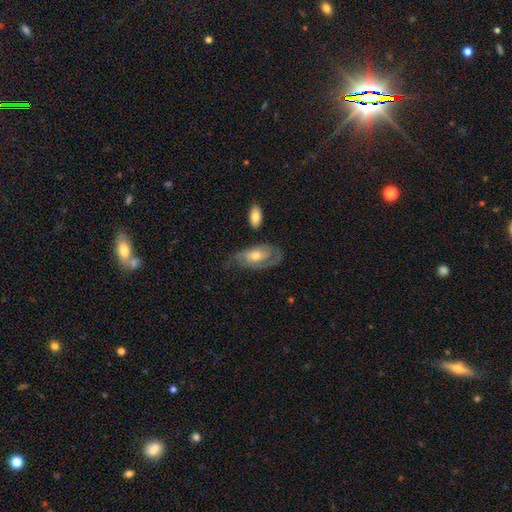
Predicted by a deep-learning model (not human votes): Smooth or featured?
  - featured or disk: 71% *
  - smooth: 22%
  - star or artifact: 7%
Edge-on disk?
  - no: 94% *
  - yes: 6%
Bar?
  - no: 65% *
  - weak: 29%
  - strong: 6%
Spiral arms?
  - yes: 88% *
  - no: 12%
Spiral winding?
  - medium: 44% *
  - tight: 34%
  - loose: 23%
Spiral arm count?
  - 2: 69% *
  - can't tell: 14%
  - 1: 10%
  - 3: 4%
  - 4: 1%
  - more than 4: 1%
Bulge size?
  - moderate: 66% *
  - small: 23%
  - large: 8%
  - none: 2%
  - dominant: 1%
Merging?
  - none: 58% *
  - minor disturbance: 23%
  - major disturbance: 15%
  - merger: 5%